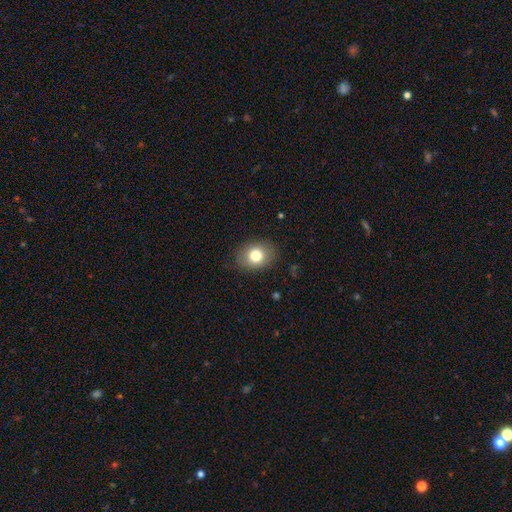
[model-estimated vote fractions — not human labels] Smooth or featured? smooth (80%)
How rounded? in between (56%)
Merging? none (85%)